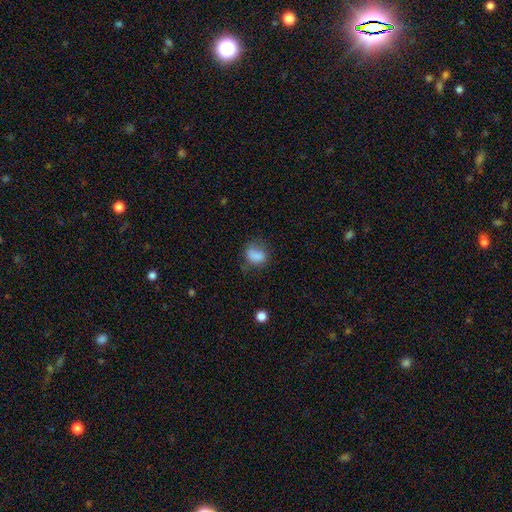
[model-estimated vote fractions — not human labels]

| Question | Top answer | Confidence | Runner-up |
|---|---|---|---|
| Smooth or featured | smooth | 79% | star or artifact (11%) |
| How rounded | in between | 63% | round (35%) |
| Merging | none | 48% | minor disturbance (30%) |